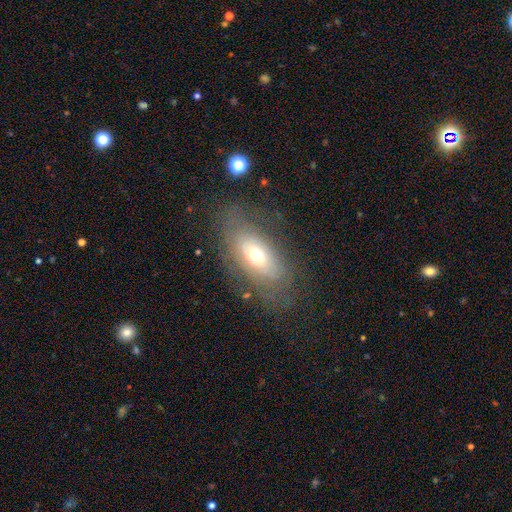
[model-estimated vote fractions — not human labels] A smooth galaxy with no disk features (48%).

Vote fractions:
- Smooth or featured? smooth: 48% / featured or disk: 42% / star or artifact: 10%
- Merging? none: 65% / minor disturbance: 19% / major disturbance: 14% / merger: 1%